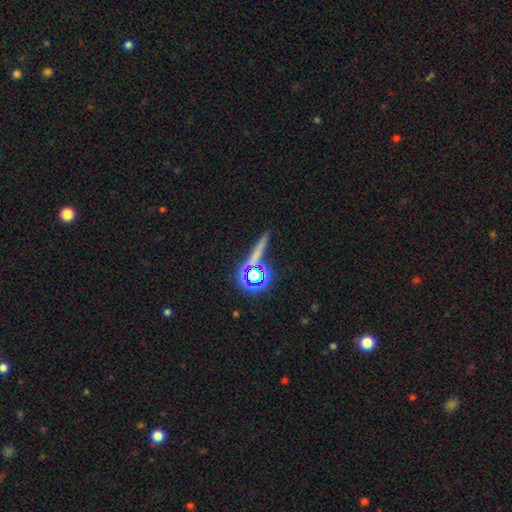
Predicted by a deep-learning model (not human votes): Overall: star or artifact (46%; smooth 36%).